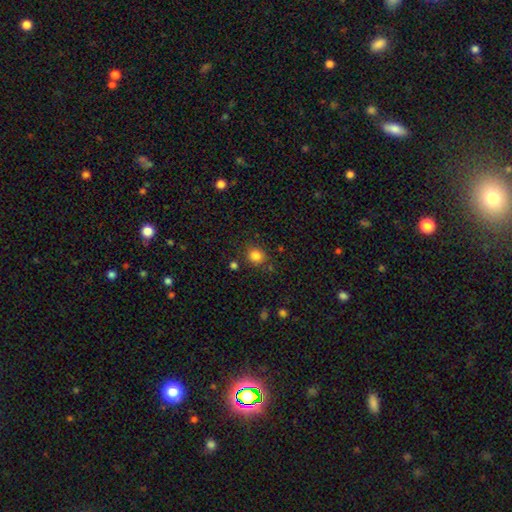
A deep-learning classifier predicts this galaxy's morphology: The model was most divided on "how rounded": round: 84%, in between: 15%, cigar-shaped: 1%. More confident: smooth or featured — smooth (83%); merging — none (80%).